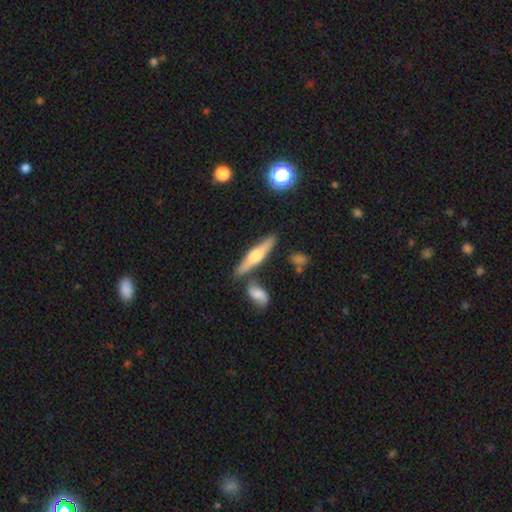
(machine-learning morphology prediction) This appears to be a featured or disk galaxy (64%) viewed edge-on (95%) with a rounded central bulge (92%). Merging: none (77%).